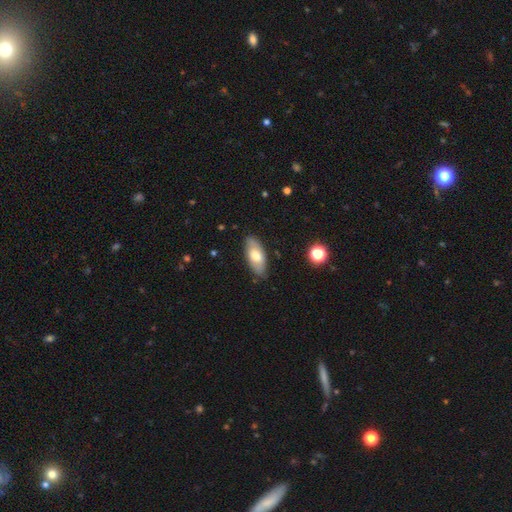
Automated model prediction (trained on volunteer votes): This appears to be a smooth galaxy with no disk features (67%) that is in between round and cigar-shaped (87%). Merging: none (84%).